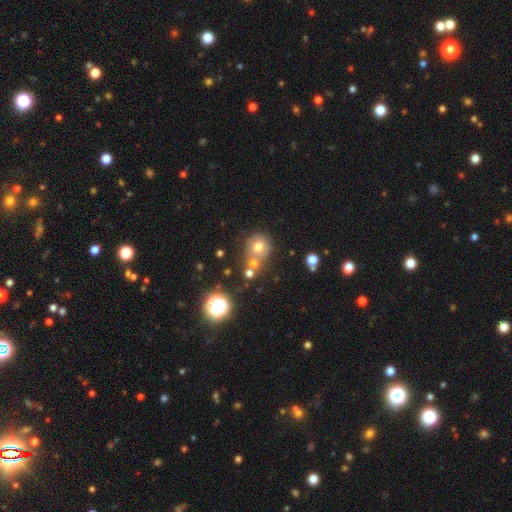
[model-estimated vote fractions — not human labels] Overall: smooth (57%; star or artifact 25%). How rounded: round (84%). Merging: none (50%; merger 34%).